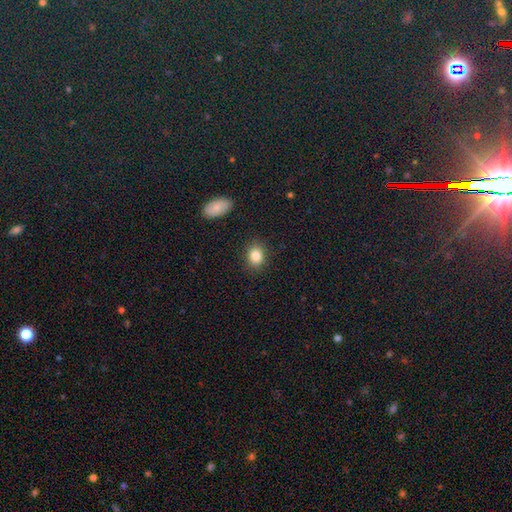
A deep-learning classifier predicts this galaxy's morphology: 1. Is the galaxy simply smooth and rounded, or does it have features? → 85% smooth, 9% star or artifact, 6% featured or disk.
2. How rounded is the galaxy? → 52% in between, 47% round, 1% cigar-shaped.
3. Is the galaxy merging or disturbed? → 87% none, 9% minor disturbance, 3% major disturbance, 2% merger.